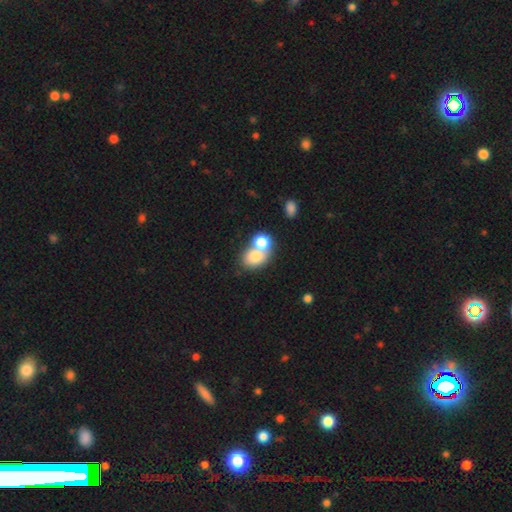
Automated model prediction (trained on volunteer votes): A smooth galaxy with no disk features (76%) that is in between round and cigar-shaped (57%). Merging: merger (59%).